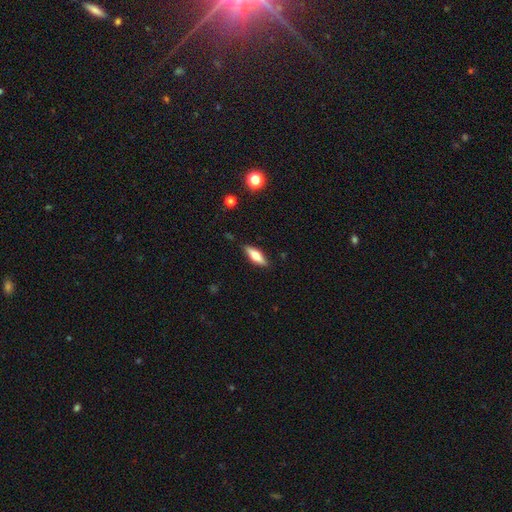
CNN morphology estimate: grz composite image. It shows a smooth galaxy with no disk features (52%) that is in between round and cigar-shaped (50%). Merging: none (87%).